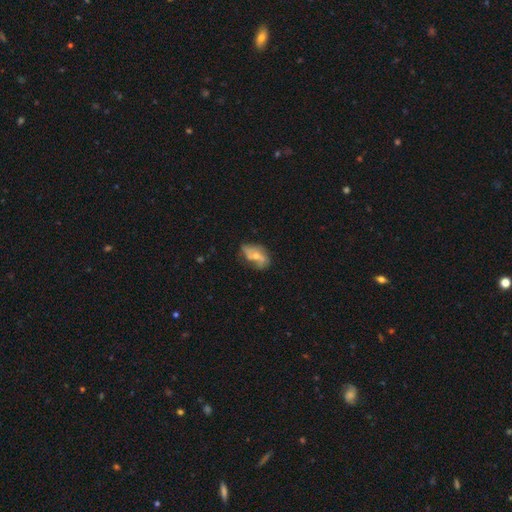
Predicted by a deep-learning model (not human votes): A featured or disk galaxy (56%) with no bar (63%), spiral arms (57%) and a moderate central bulge (50%). Merging: none (47%).